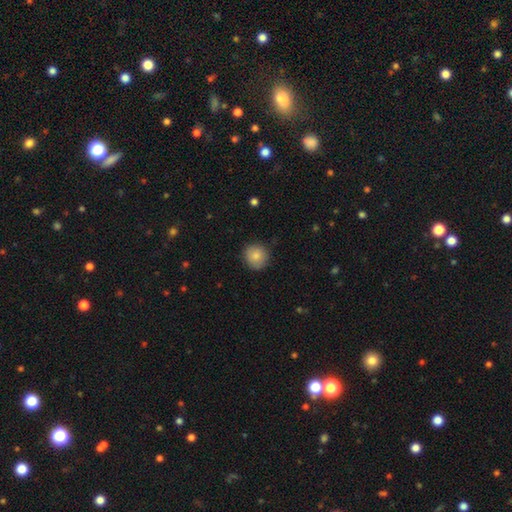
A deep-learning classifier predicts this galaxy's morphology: This appears to be a smooth galaxy with no disk features (84%) that is round (90%). Merging: none (85%).